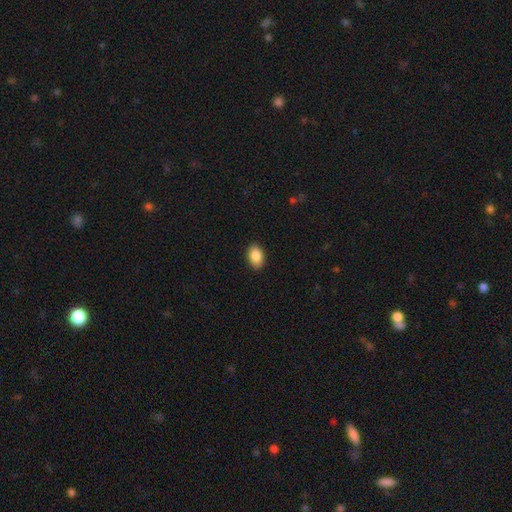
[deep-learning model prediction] smooth 88%, star or artifact 7%, featured or disk 5%. Down the decision tree: how rounded — in between (88%); merging — none (90%).